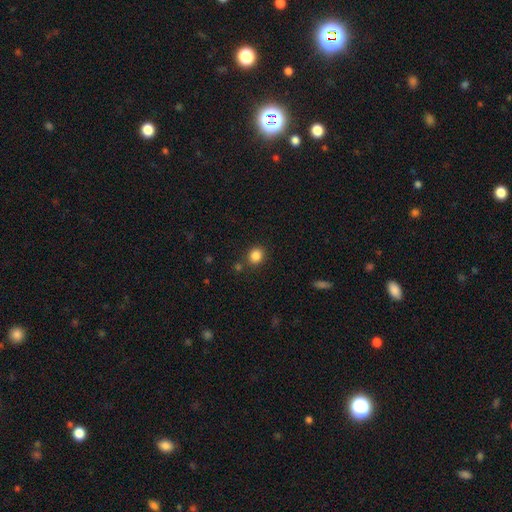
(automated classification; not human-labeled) A smooth galaxy with no disk features (85%) that is round (76%). Merging: none (83%).